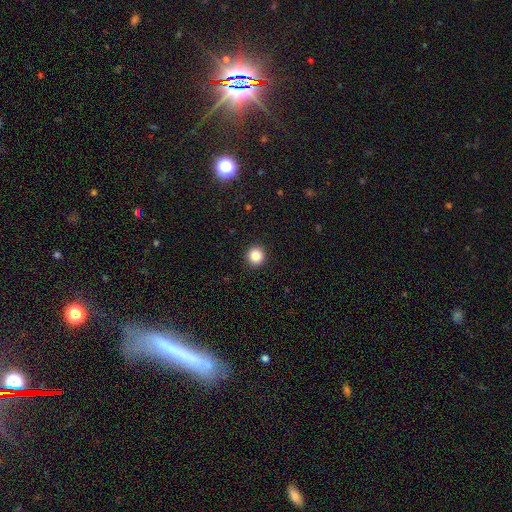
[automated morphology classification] Smooth or featured? smooth (85%)
How rounded? round (94%)
Merging? none (93%)